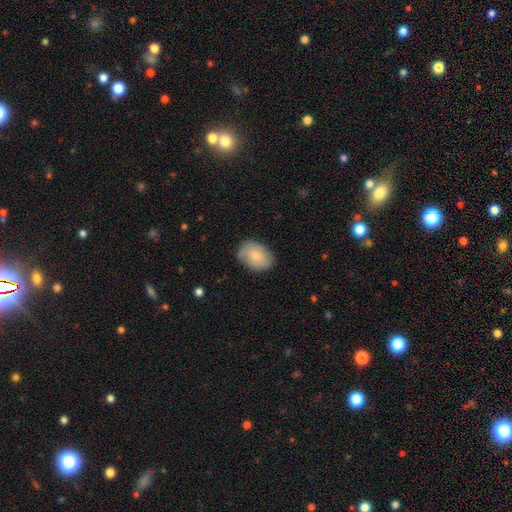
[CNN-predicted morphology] smooth-or-featured: smooth: 77% | featured or disk: 17% | star or artifact: 6%
  how-rounded: in between: 78% | round: 21% | cigar-shaped: 1%
  merging: none: 74% | minor disturbance: 21% | major disturbance: 4% | merger: 1%